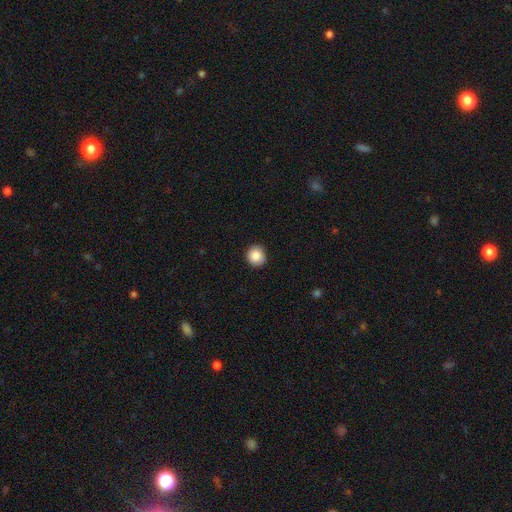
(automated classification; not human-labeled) Overall: smooth (88%). How rounded: round (89%). Merging: none (90%).